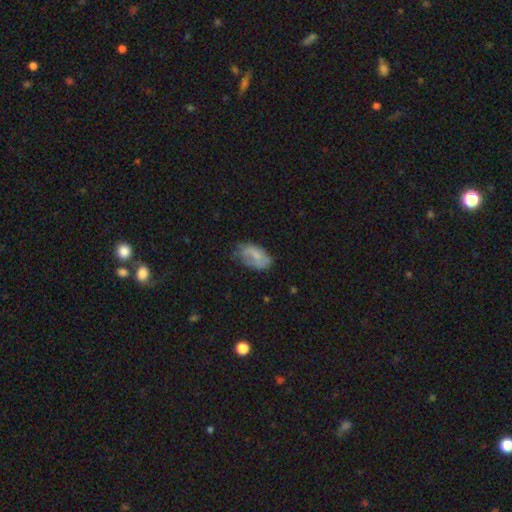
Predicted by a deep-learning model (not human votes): Smooth or featured: smooth — 56% (featured or disk — 35%)
How rounded: in between — 92% (round — 5%)
Merging: none — 53% (minor disturbance — 32%)